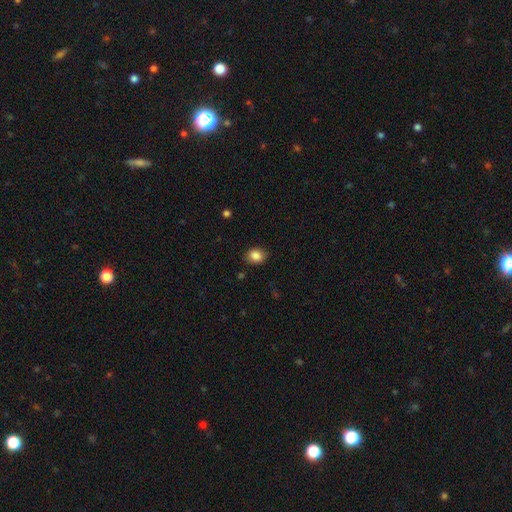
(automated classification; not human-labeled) The model was most divided on "how rounded": in between: 61%, round: 38%, cigar-shaped: 1%. More confident: smooth or featured — smooth (86%); merging — none (86%).